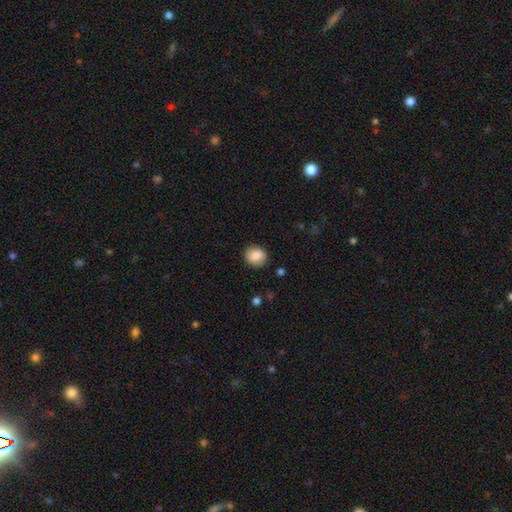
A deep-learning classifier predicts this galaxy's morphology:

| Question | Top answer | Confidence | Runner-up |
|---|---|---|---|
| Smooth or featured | smooth | 84% | star or artifact (8%) |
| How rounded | round | 68% | in between (31%) |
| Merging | none | 83% | minor disturbance (12%) |